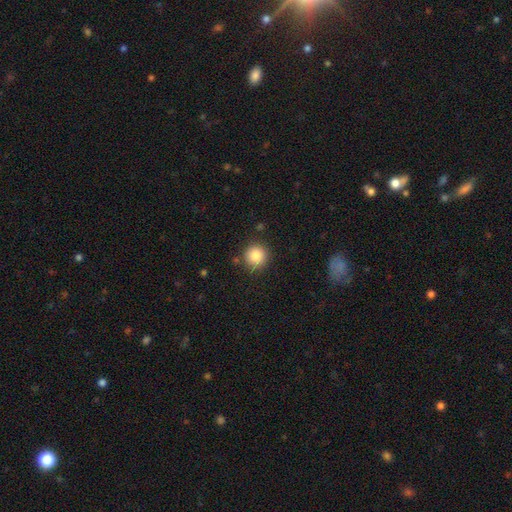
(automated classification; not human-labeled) Q: Smooth or featured?
A: smooth (86%); runner-up: star or artifact (10%)
Q: How rounded?
A: round (93%); runner-up: in between (6%)
Q: Merging?
A: none (86%); runner-up: minor disturbance (9%)